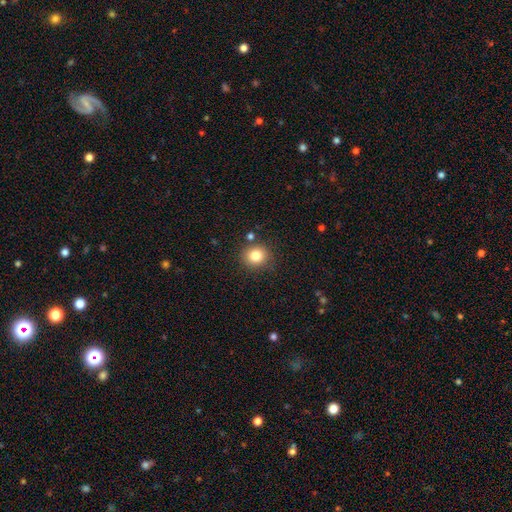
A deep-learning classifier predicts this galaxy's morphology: Smooth or featured?
  - smooth: 81% *
  - star or artifact: 12%
  - featured or disk: 7%
How rounded?
  - round: 85% *
  - in between: 14%
  - cigar-shaped: 1%
Merging?
  - none: 83% *
  - minor disturbance: 9%
  - merger: 5%
  - major disturbance: 3%